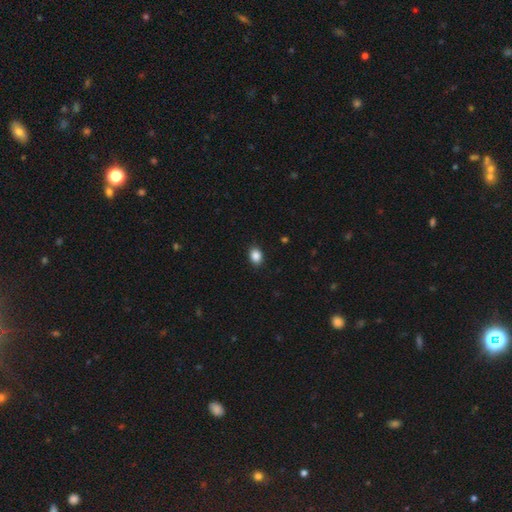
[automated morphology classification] Overall: smooth (88%). How rounded: in between (66%; round 33%). Merging: none (89%).